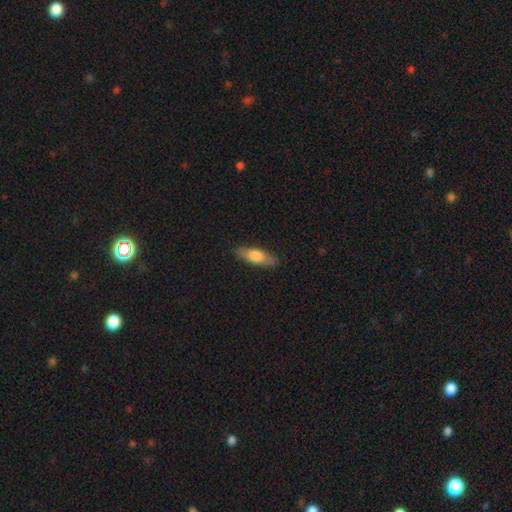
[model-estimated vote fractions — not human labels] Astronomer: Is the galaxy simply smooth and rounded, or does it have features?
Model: smooth — 63%.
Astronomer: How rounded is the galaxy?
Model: in between — 50% (runner-up: cigar-shaped, 47%).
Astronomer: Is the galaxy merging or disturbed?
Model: none — 86%.